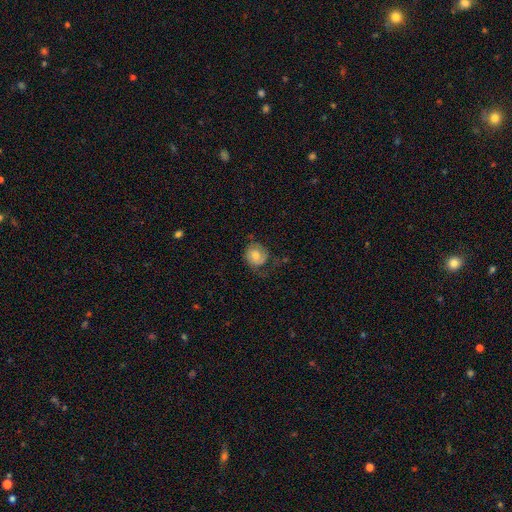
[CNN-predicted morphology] smooth-or-featured: featured or disk: 48% | smooth: 44% | star or artifact: 8%
  merging: none: 51% | minor disturbance: 24% | major disturbance: 22% | merger: 2%